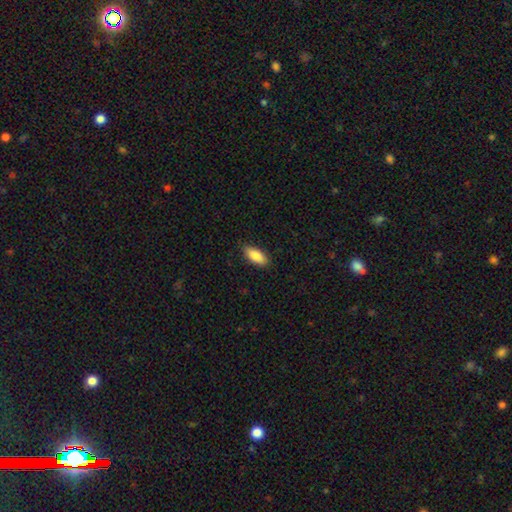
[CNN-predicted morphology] Smooth or featured? smooth (87%)
How rounded? in between (83%)
Merging? none (87%)